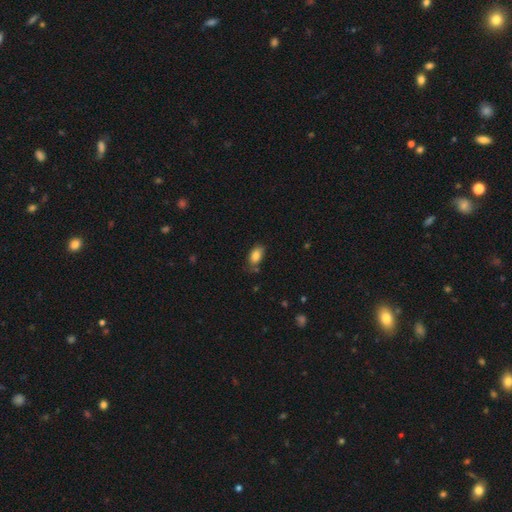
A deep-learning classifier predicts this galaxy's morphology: Smooth or featured? Predicted: smooth (p=0.84). How rounded? Predicted: in between (p=0.90). Merging? Predicted: none (p=0.66).